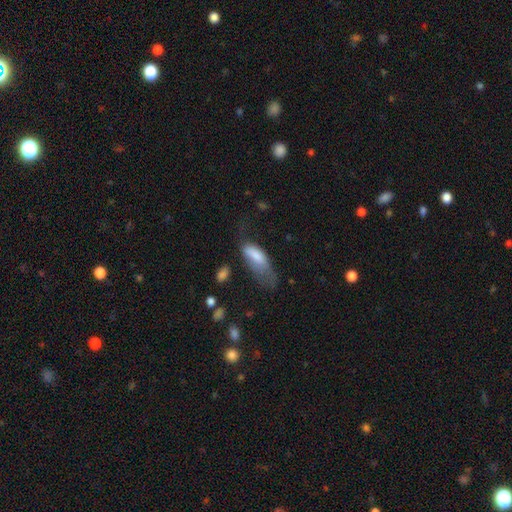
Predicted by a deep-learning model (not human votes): Smooth or featured: smooth — 74% (featured or disk — 18%)
How rounded: in between — 77% (cigar-shaped — 21%)
Merging: major disturbance — 50% (minor disturbance — 27%)